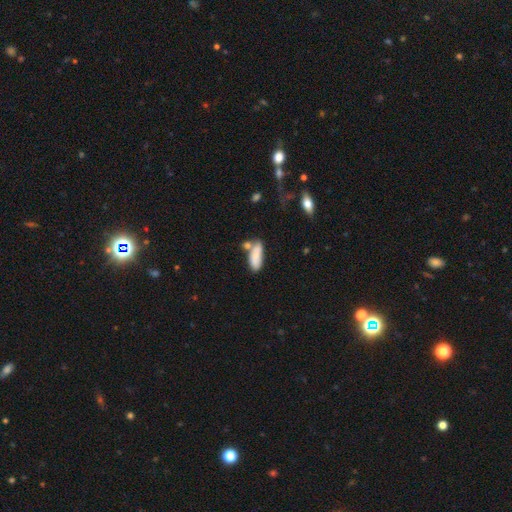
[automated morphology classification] Smooth or featured?
  - smooth: 79% *
  - featured or disk: 14%
  - star or artifact: 7%
How rounded?
  - in between: 73% *
  - cigar-shaped: 25%
  - round: 2%
Merging?
  - none: 45% *
  - merger: 30%
  - minor disturbance: 19%
  - major disturbance: 6%